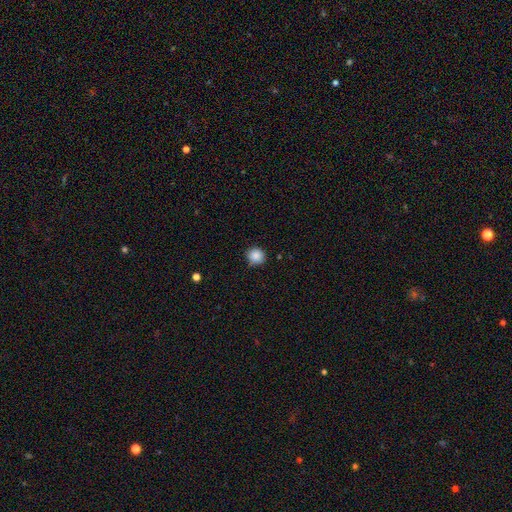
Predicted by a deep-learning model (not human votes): Overall: smooth (87%). How rounded: round (90%). Merging: none (81%).